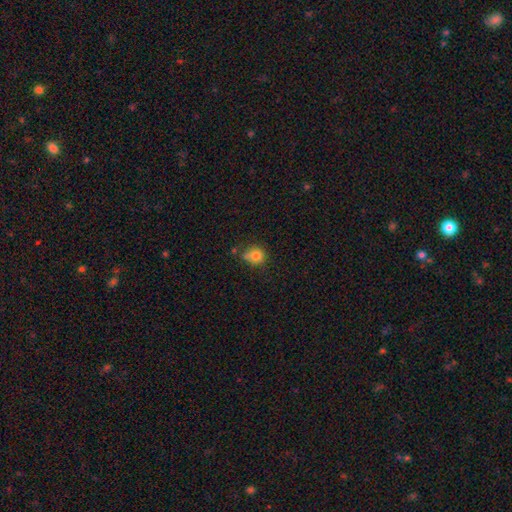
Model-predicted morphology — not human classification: type=smooth (80%); roundness=round (79%); merging=none (60%).